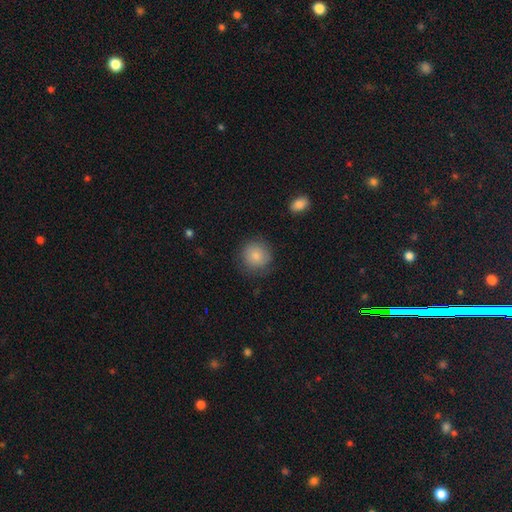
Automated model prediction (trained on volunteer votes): Smooth or featured: smooth — 84% (featured or disk — 8%)
How rounded: round — 91% (in between — 8%)
Merging: none — 82% (minor disturbance — 13%)